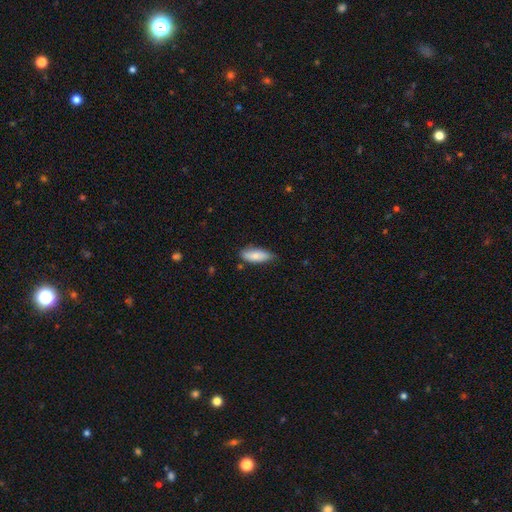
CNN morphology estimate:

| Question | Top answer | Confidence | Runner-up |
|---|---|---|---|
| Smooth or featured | smooth | 82% | featured or disk (12%) |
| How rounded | in between | 77% | cigar-shaped (21%) |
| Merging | none | 72% | minor disturbance (23%) |